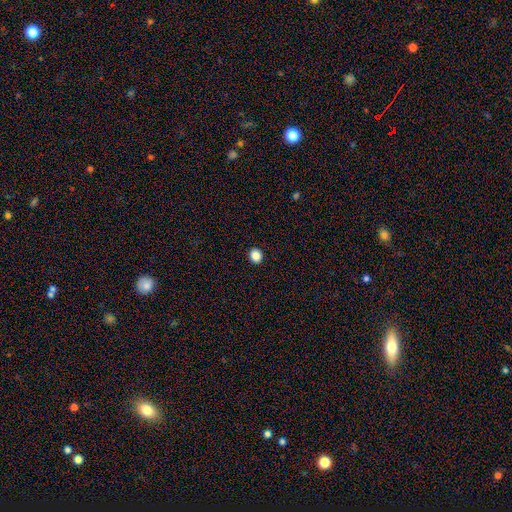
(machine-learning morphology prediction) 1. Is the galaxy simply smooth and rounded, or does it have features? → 87% smooth, 10% star or artifact, 3% featured or disk.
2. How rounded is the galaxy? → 78% round, 21% in between, 1% cigar-shaped.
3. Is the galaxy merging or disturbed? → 93% none, 4% minor disturbance, 2% major disturbance, 1% merger.